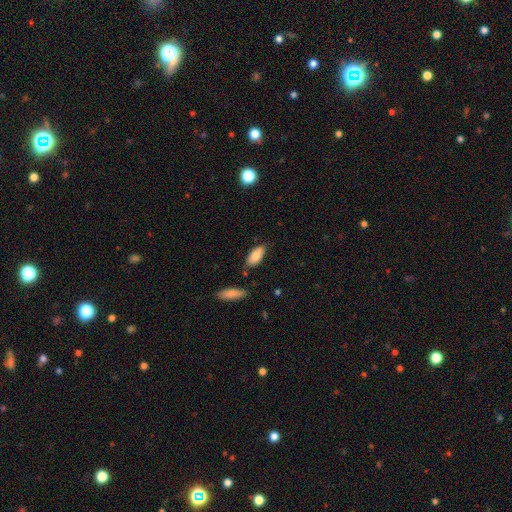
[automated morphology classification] smooth_or_featured: smooth (p=0.80) [alt: featured or disk p=0.13]
how_rounded: in between (p=0.86) [alt: cigar-shaped p=0.11]
merging: none (p=0.75) [alt: minor disturbance p=0.17]